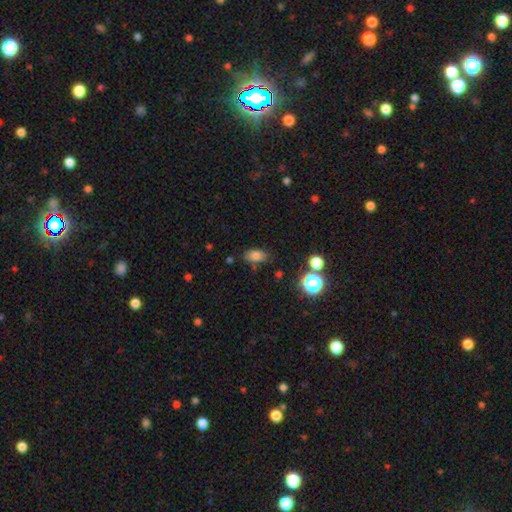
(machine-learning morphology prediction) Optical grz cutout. It shows a smooth galaxy with no disk features (77%) that is in between round and cigar-shaped (86%). Merging: none (73%).